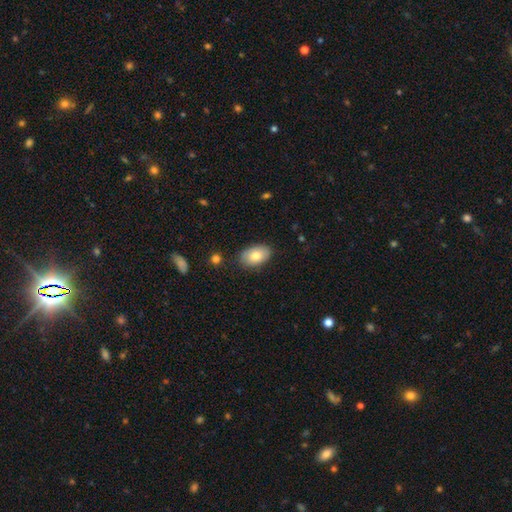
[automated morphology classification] smooth 76%, featured or disk 17%, star or artifact 7%. Down the decision tree: how rounded — in between (92%); merging — none (80%).